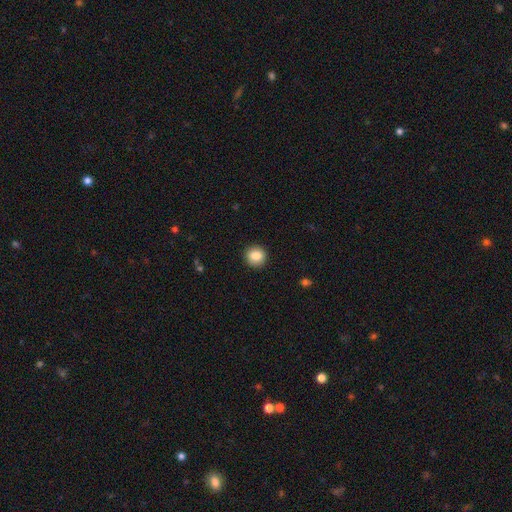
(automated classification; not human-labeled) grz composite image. It shows a smooth galaxy with no disk features (86%) that is round (92%). Merging: none (92%).